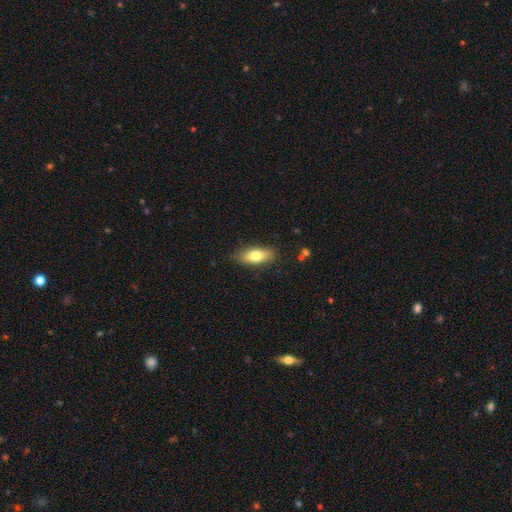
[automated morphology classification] smooth_or_featured: smooth (p=0.75) [alt: featured or disk p=0.19]
how_rounded: in between (p=0.79) [alt: cigar-shaped p=0.18]
merging: none (p=0.84) [alt: minor disturbance p=0.13]